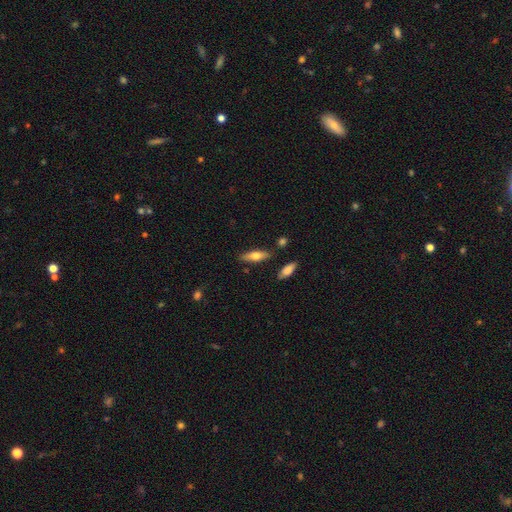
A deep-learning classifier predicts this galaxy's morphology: A smooth galaxy with no disk features (61%) that is cigar-shaped (49%, tied with in between).

Vote fractions:
- Smooth or featured? smooth: 61% / featured or disk: 32% / star or artifact: 6%
- How rounded? cigar-shaped: 49% (tied) / in between: 49% (tied) / round: 2%
- Merging? none: 83% / minor disturbance: 11% / merger: 4% / major disturbance: 2%